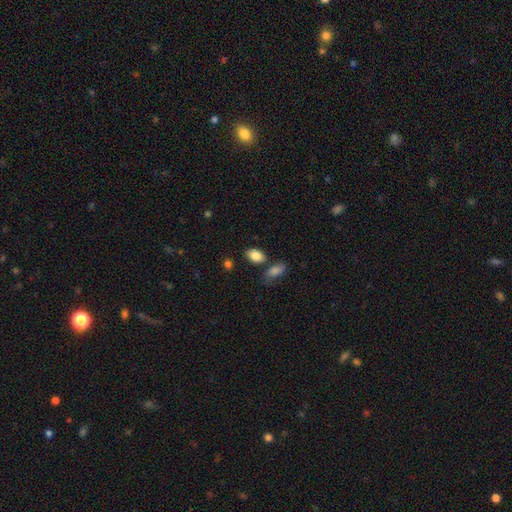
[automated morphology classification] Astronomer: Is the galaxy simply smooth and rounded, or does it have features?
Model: smooth — 86%.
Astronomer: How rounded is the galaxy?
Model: in between — 87%.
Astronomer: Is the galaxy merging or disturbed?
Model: none — 75%.